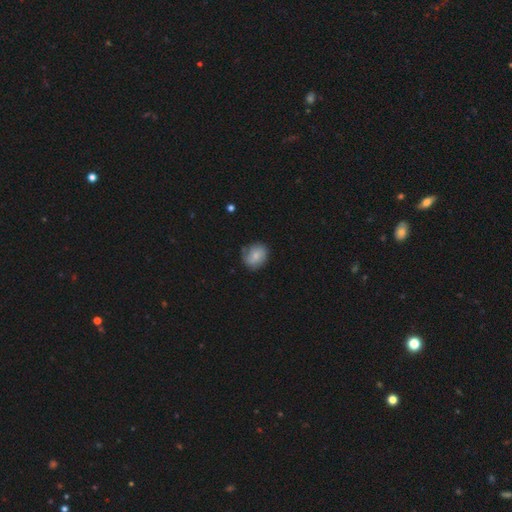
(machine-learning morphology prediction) smooth-or-featured: smooth: 76% | featured or disk: 16% | star or artifact: 8%
  how-rounded: round: 63% | in between: 36% | cigar-shaped: 1%
  merging: none: 73% | minor disturbance: 20% | major disturbance: 4% | merger: 2%